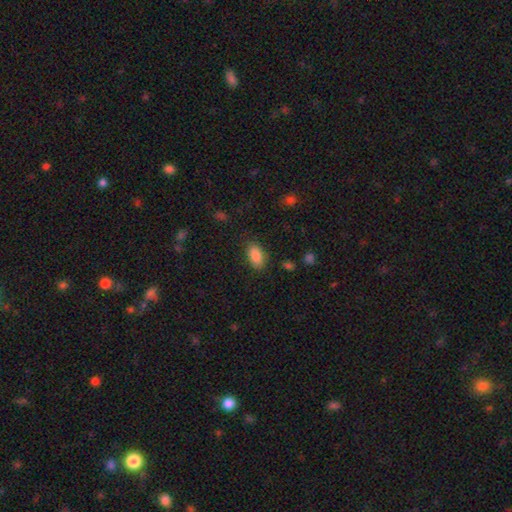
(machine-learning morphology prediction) Overall: smooth (88%). How rounded: in between (93%). Merging: none (84%).